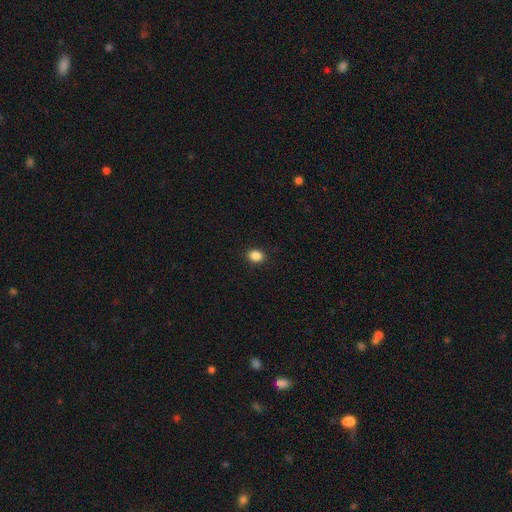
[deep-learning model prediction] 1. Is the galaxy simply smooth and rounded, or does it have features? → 87% smooth, 10% star or artifact, 3% featured or disk.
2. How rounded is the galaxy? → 53% in between, 46% round, 1% cigar-shaped.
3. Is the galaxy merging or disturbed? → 90% none, 8% minor disturbance, 2% major disturbance, 1% merger.